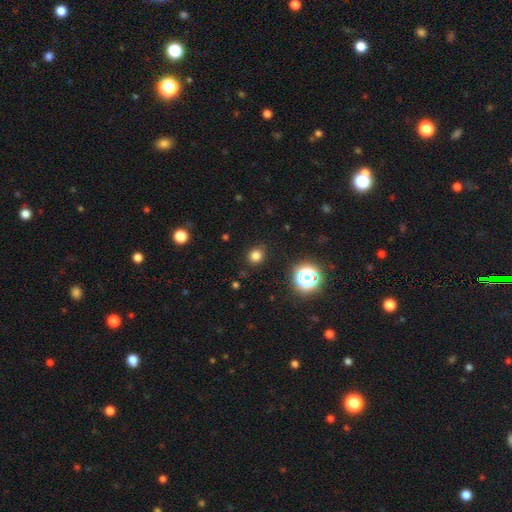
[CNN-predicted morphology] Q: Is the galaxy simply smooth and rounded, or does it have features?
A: smooth — 79%.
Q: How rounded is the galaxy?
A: round — 84%.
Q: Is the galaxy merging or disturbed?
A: none — 89%.